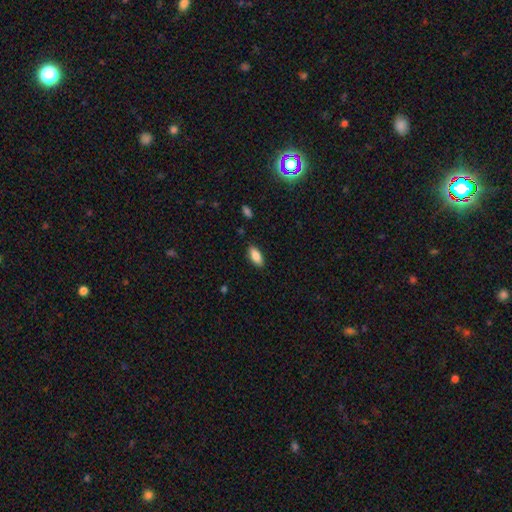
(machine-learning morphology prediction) smooth-or-featured: smooth: 86% | featured or disk: 8% | star or artifact: 7%
  how-rounded: in between: 84% | cigar-shaped: 14% | round: 2%
  merging: none: 87% | minor disturbance: 10% | major disturbance: 2% | merger: 1%